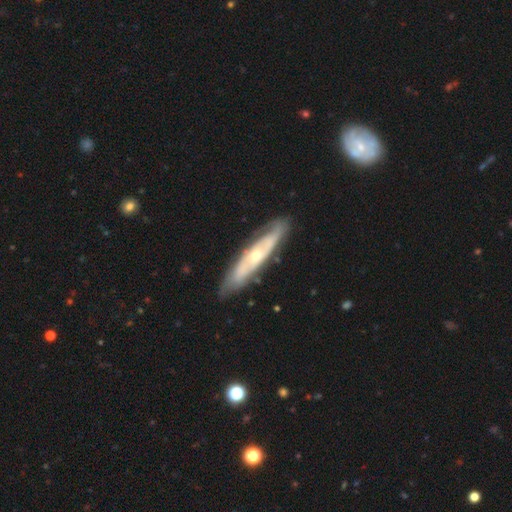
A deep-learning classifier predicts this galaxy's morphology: Q: Smooth or featured?
A: featured or disk (70%); runner-up: smooth (25%)
Q: Edge-on disk?
A: no (60%); runner-up: yes (40%)
Q: Merging?
A: none (81%); runner-up: minor disturbance (14%)